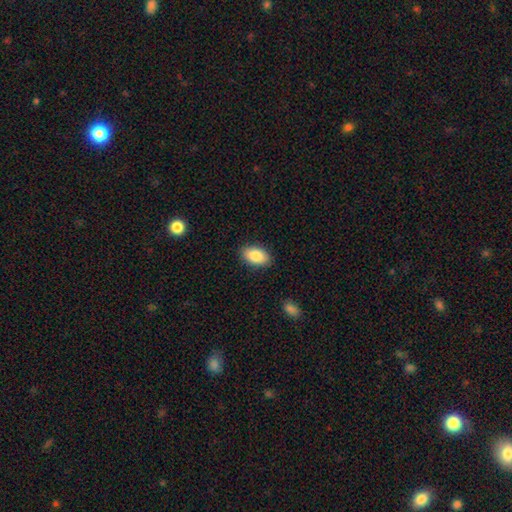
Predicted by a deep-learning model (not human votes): Overall: smooth (86%). How rounded: in between (93%). Merging: none (87%).